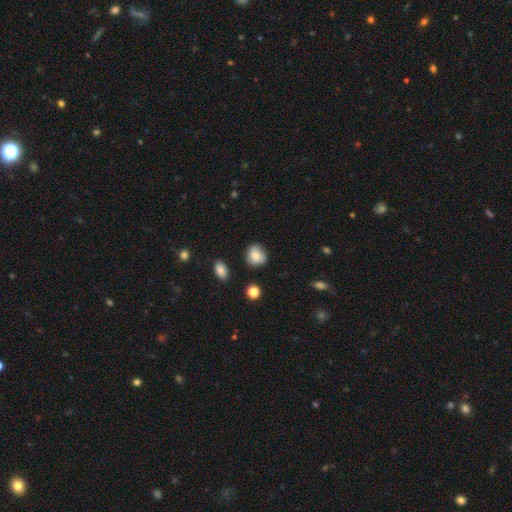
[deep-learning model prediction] smooth 74%, featured or disk 16%, star or artifact 9%. Down the decision tree: how rounded — round (72%); merging — none (64%).